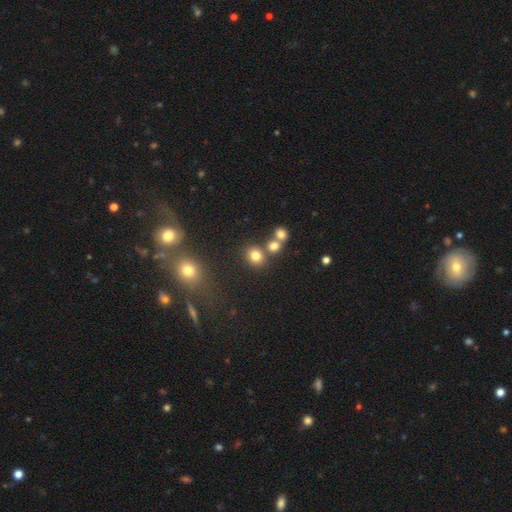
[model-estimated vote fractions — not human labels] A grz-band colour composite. It shows a smooth galaxy with no disk features (77%) that is round (73%). Merging: none (66%).